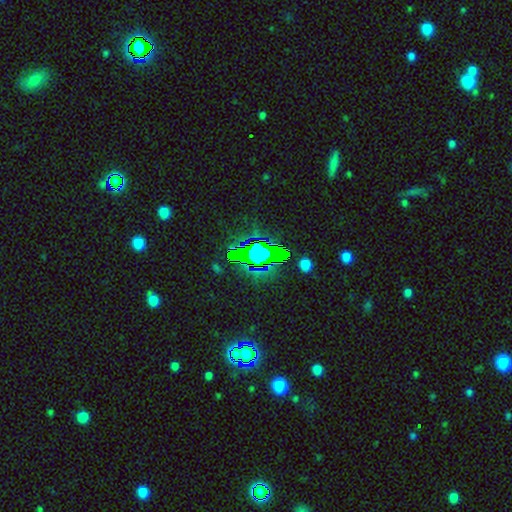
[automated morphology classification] type=star or artifact (65%).